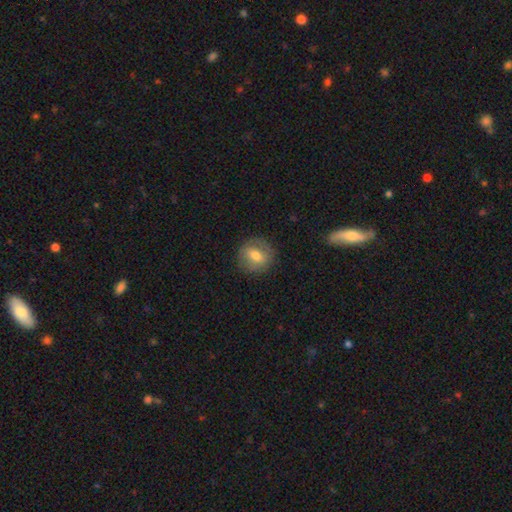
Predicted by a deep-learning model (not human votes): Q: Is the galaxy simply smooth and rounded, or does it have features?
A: smooth — 64%.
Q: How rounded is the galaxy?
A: round — 79%.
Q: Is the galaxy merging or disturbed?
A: none — 83%.